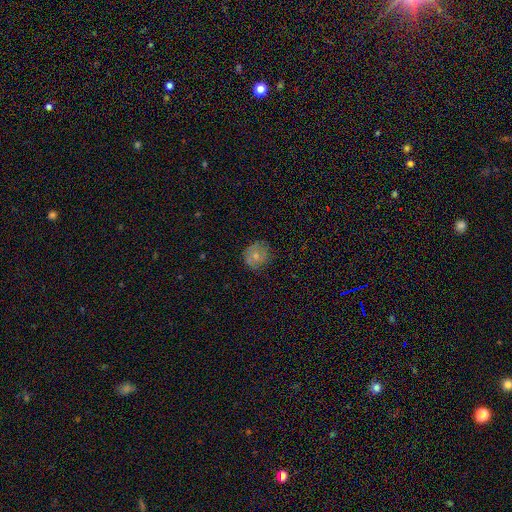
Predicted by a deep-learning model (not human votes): smooth 68%, featured or disk 21%, star or artifact 10%. Down the decision tree: how rounded — round (79%); merging — none (75%).